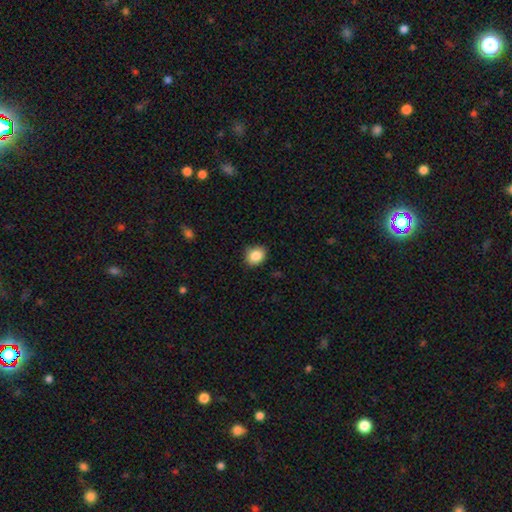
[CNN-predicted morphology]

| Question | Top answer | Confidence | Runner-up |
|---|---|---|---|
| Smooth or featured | smooth | 86% | star or artifact (9%) |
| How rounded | round | 55% | in between (44%) |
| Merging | none | 85% | minor disturbance (12%) |